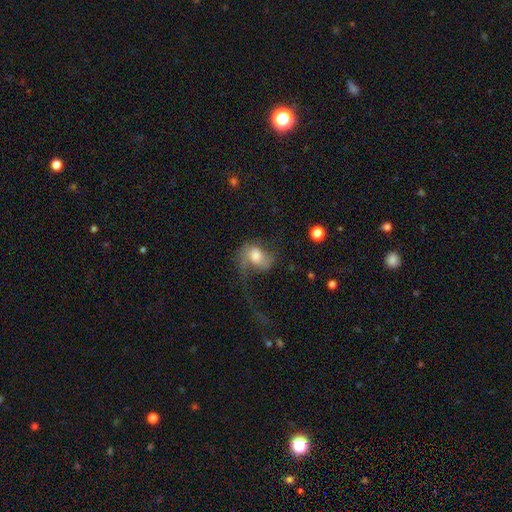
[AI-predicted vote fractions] Overall: featured or disk (48%; smooth 43%). Merging: major disturbance (50%; none 30%).